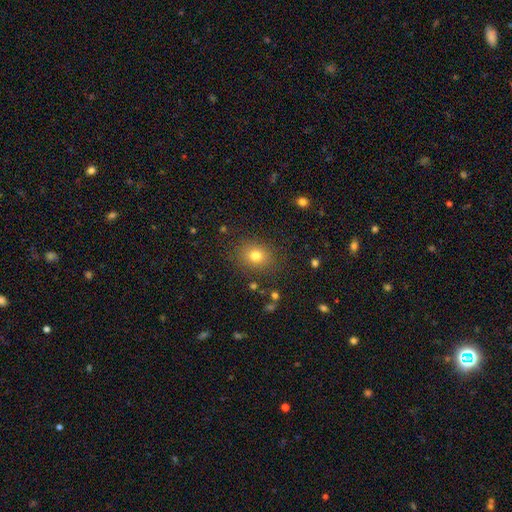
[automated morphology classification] This is likely a smooth galaxy (77%). How rounded: likely round (64%). Merging: clearly none (85%).